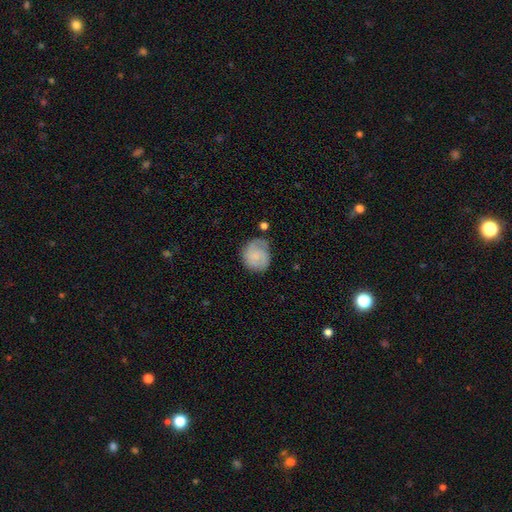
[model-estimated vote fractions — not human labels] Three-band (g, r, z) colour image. It shows a smooth galaxy with no disk features (52%) that is round (76%). Merging: none (55%).